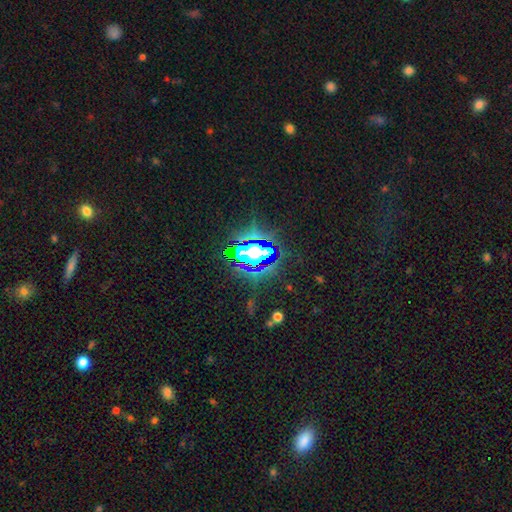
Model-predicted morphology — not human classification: This is clearly a star or artifact rather than a galaxy (80%).